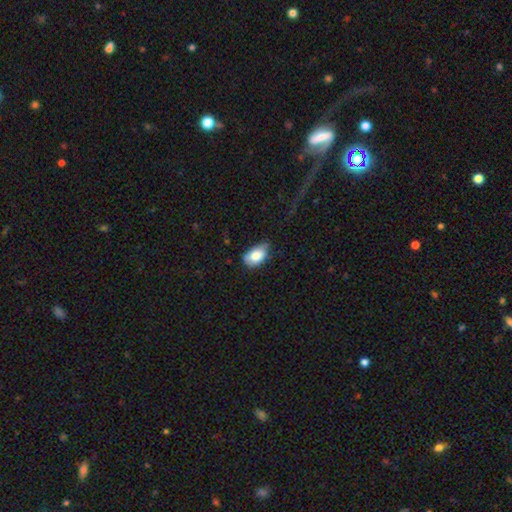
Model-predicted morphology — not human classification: type=smooth (80%); roundness=in between (88%); merging=minor disturbance (44%).